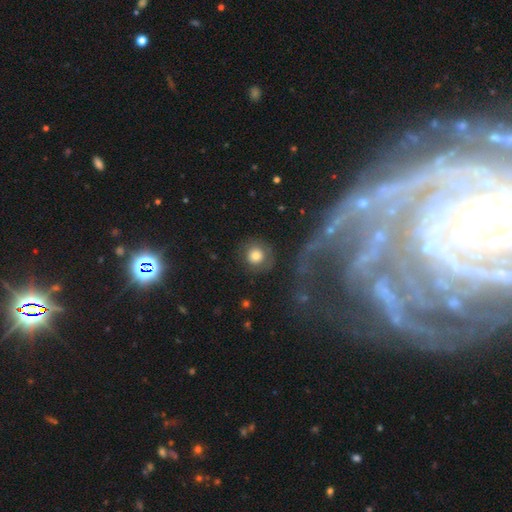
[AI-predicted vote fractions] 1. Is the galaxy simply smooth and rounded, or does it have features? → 75% smooth, 15% featured or disk, 10% star or artifact.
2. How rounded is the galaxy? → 92% round, 7% in between, 1% cigar-shaped.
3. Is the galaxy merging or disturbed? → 78% none, 12% minor disturbance, 6% major disturbance, 3% merger.